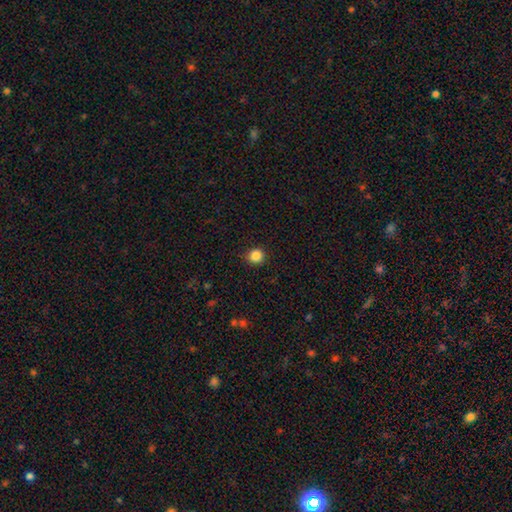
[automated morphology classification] This is clearly a smooth galaxy (86%). How rounded: clearly round (91%). Merging: clearly none (90%).